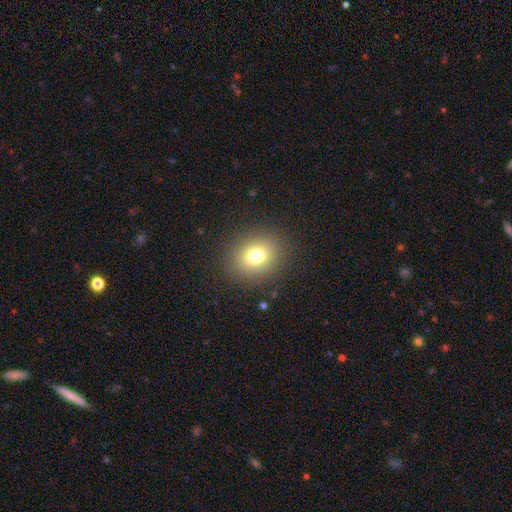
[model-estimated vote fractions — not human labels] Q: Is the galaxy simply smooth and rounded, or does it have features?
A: smooth — 75%.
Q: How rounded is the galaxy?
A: round — 62%.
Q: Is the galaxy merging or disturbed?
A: none — 87%.